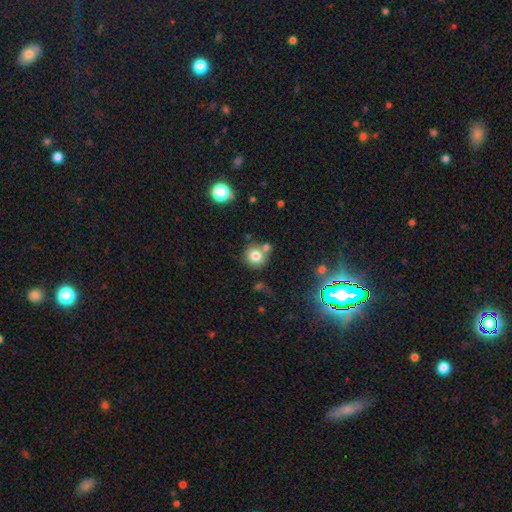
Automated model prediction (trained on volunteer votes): Smooth or featured? Predicted: smooth (p=0.78). How rounded? Predicted: round (p=0.89). Merging? Predicted: none (p=0.66).